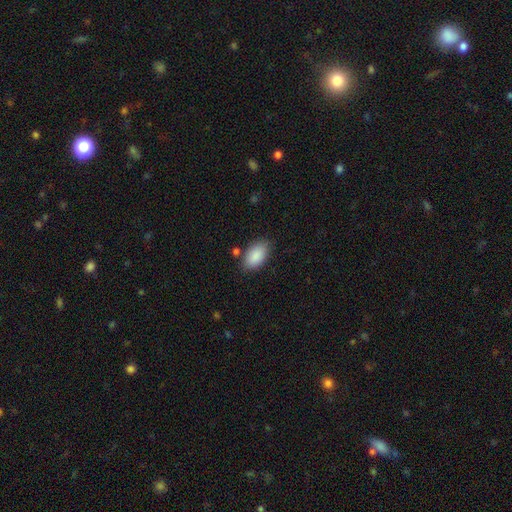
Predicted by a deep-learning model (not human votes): Smooth or featured: smooth — 89% (star or artifact — 6%)
How rounded: in between — 94% (round — 4%)
Merging: none — 78% (minor disturbance — 15%)